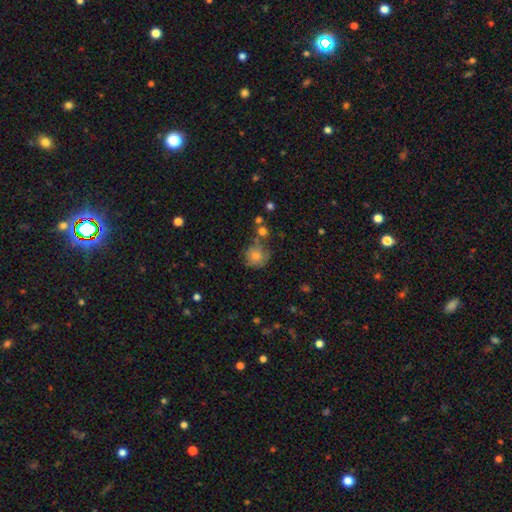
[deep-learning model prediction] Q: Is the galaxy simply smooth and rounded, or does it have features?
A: smooth — 66%.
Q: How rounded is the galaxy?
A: round — 85%.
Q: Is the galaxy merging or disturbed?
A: none — 55%.